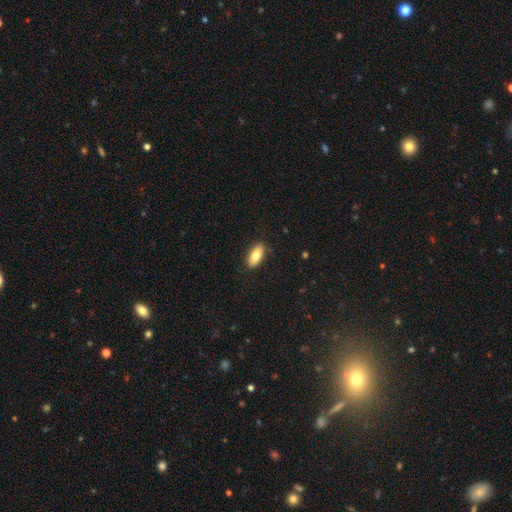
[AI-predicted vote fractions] Smooth or featured? Predicted: smooth (p=0.78). How rounded? Predicted: in between (p=0.84). Merging? Predicted: none (p=0.87).